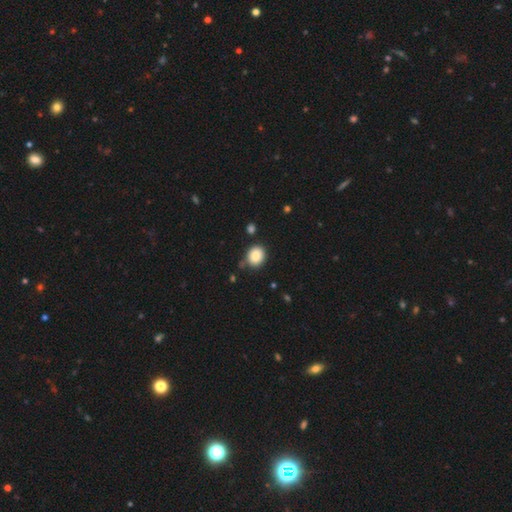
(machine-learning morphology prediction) Overall: smooth (86%). How rounded: round (68%; in between 31%). Merging: none (78%).